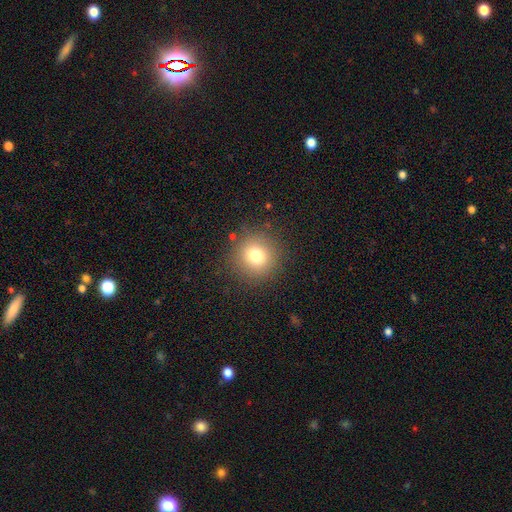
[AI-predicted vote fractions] smooth-or-featured: smooth: 77% | star or artifact: 13% | featured or disk: 10%
  how-rounded: round: 94% | in between: 5% | cigar-shaped: 1%
  merging: none: 87% | minor disturbance: 8% | major disturbance: 3% | merger: 1%